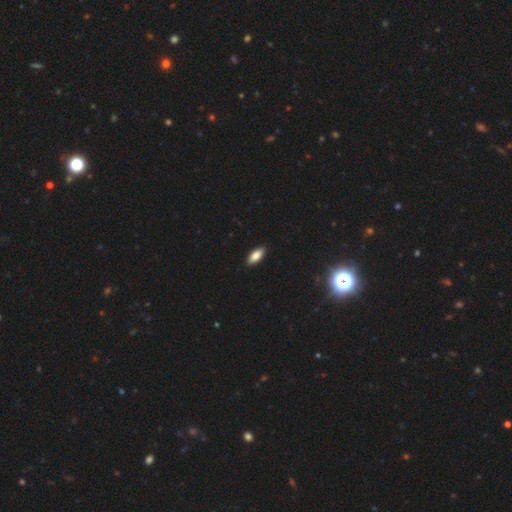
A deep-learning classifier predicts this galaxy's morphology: Smooth or featured? smooth (81%)
How rounded? in between (79%)
Merging? none (90%)